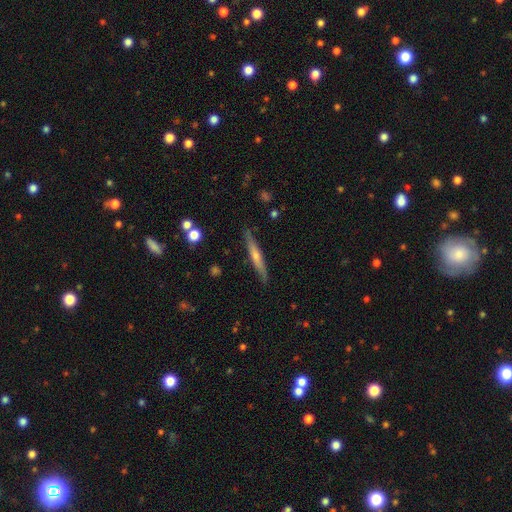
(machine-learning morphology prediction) This is possibly a featured or disk galaxy (54%). It is clearly viewed edge-on (95%). Edge-on bulge: possibly rounded (58%). Merging: clearly none (87%).